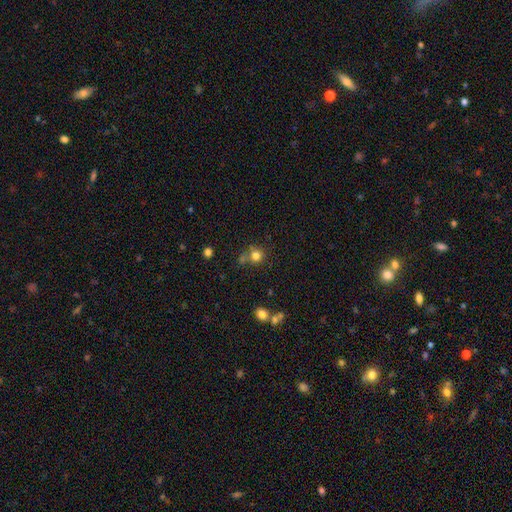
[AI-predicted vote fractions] This is likely a smooth galaxy (77%). How rounded: clearly round (87%). Merging: likely none (61%).